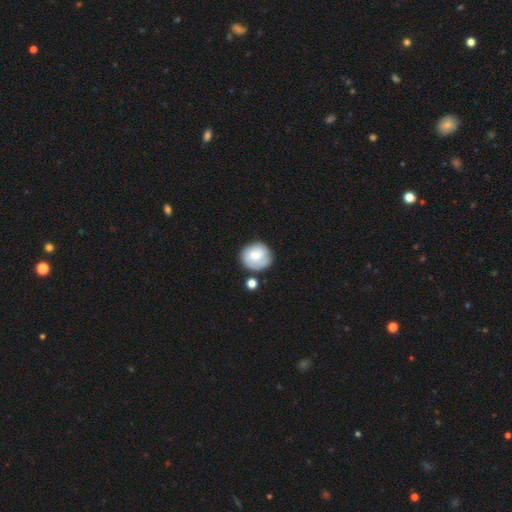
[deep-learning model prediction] This is possibly a smooth galaxy (57%). How rounded: clearly round (83%). Merging: likely none (68%).